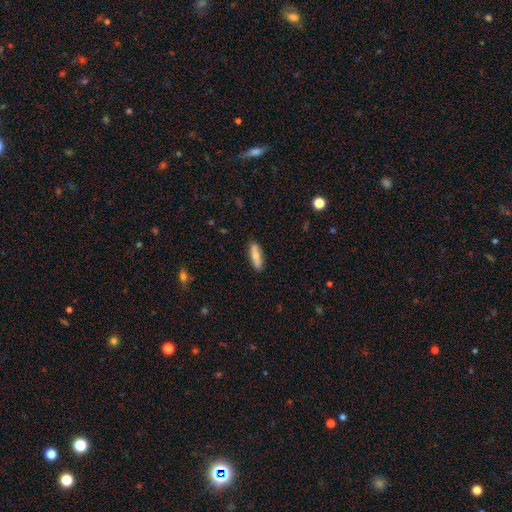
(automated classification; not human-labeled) This is likely a smooth galaxy (76%). How rounded: possibly cigar-shaped (53%). Merging: clearly none (87%).